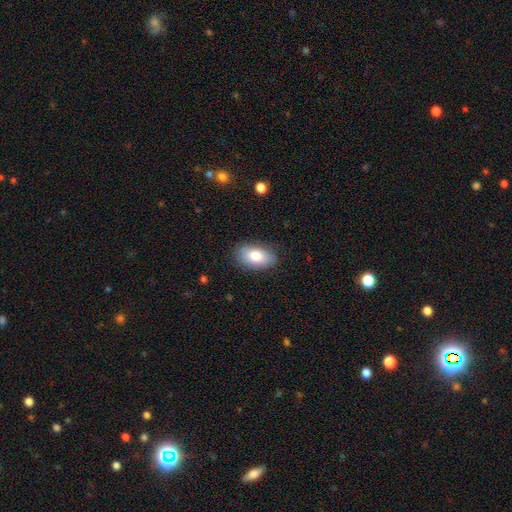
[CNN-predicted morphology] Smooth or featured?
  - smooth: 81% *
  - featured or disk: 12%
  - star or artifact: 7%
How rounded?
  - in between: 93% *
  - round: 6%
  - cigar-shaped: 2%
Merging?
  - none: 85% *
  - minor disturbance: 11%
  - major disturbance: 3%
  - merger: 1%